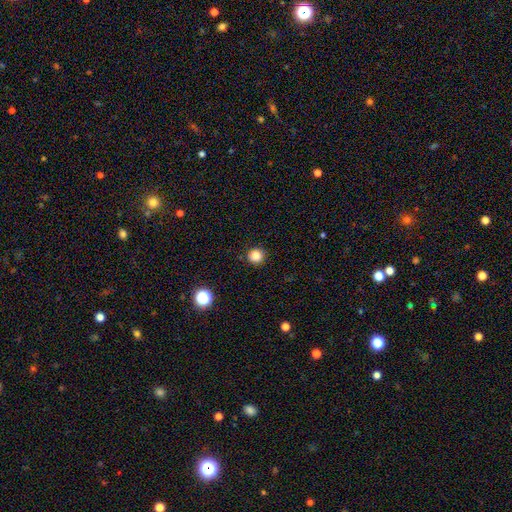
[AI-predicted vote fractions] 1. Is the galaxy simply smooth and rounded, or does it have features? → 85% smooth, 12% star or artifact, 3% featured or disk.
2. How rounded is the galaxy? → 95% round, 4% in between, 1% cigar-shaped.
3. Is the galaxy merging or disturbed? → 92% none, 5% minor disturbance, 2% major disturbance, 1% merger.